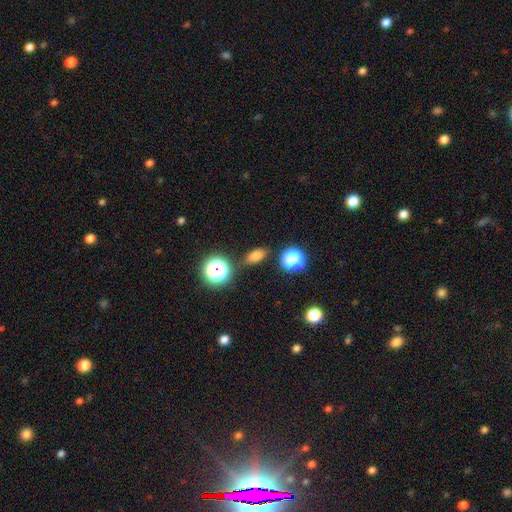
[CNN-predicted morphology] Smooth or featured: smooth — 74% (star or artifact — 19%)
How rounded: in between — 76% (round — 19%)
Merging: none — 84% (minor disturbance — 10%)